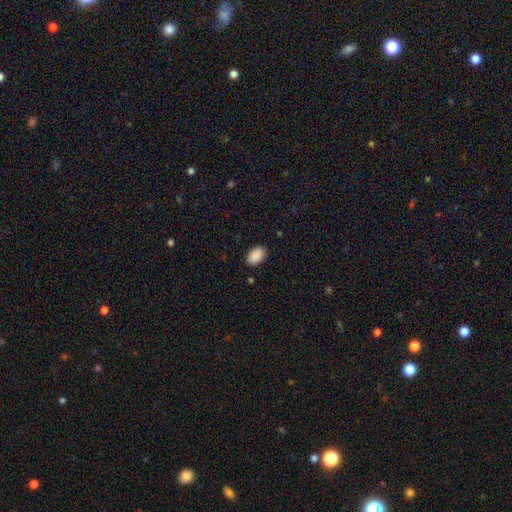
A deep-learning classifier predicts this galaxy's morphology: smooth_or_featured: smooth (p=0.90) [alt: star or artifact p=0.07]
how_rounded: in between (p=0.91) [alt: round p=0.08]
merging: none (p=0.87) [alt: minor disturbance p=0.09]